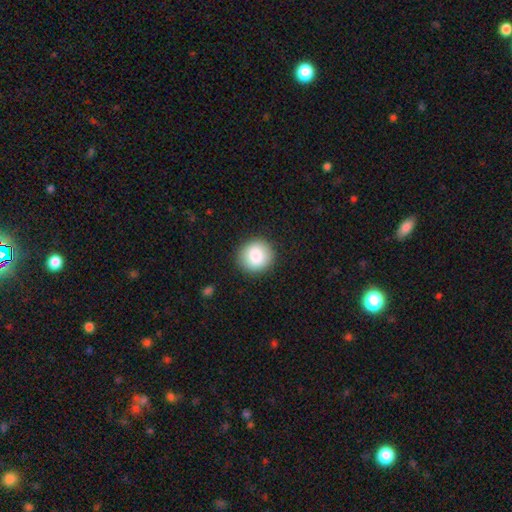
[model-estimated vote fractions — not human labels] A smooth galaxy with no disk features (86%) that is round (90%). Merging: none (90%).